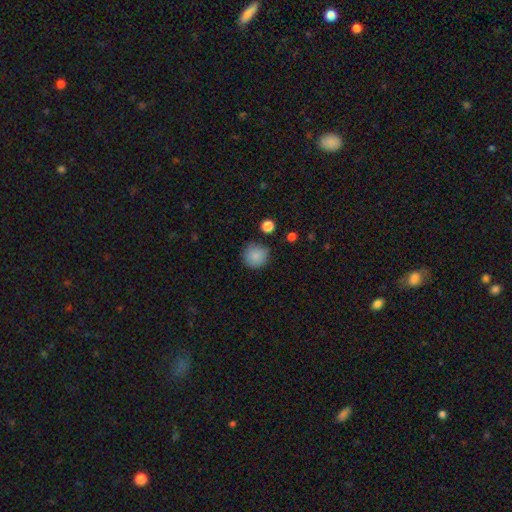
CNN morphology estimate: smooth 86%, star or artifact 9%, featured or disk 5%. Down the decision tree: how rounded — round (93%); merging — none (79%).